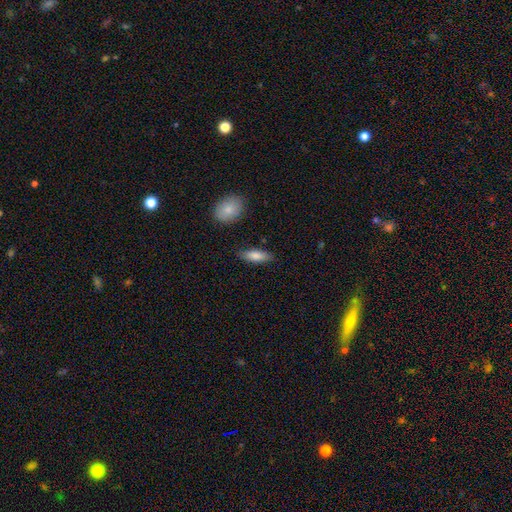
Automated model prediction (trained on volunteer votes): This appears to be a smooth galaxy with no disk features (82%) that is in between round and cigar-shaped (66%). Merging: none (84%).